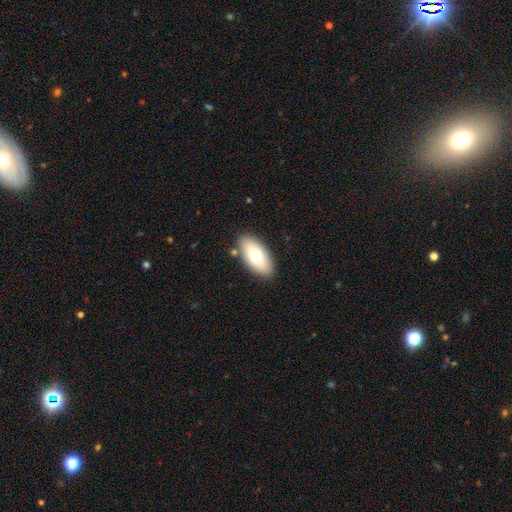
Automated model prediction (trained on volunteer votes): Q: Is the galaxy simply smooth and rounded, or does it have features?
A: smooth — 70%.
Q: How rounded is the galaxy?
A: in between — 92%.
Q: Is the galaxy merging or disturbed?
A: none — 85%.